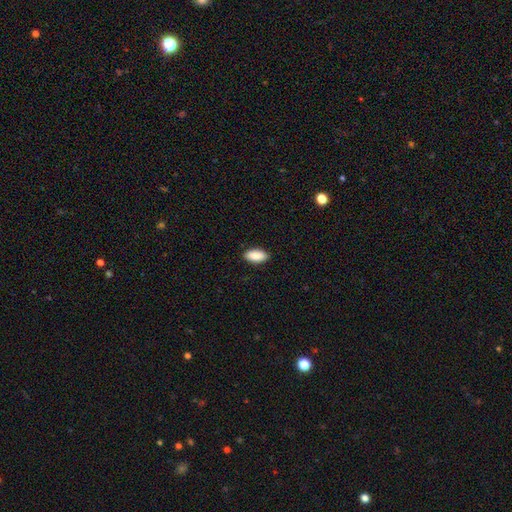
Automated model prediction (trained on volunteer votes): This is clearly a smooth galaxy (90%). How rounded: clearly in between (92%). Merging: clearly none (90%).